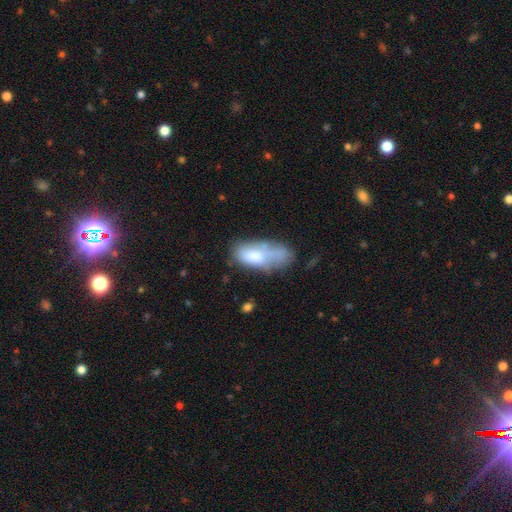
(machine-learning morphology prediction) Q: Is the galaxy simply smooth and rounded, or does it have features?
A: smooth — 68%.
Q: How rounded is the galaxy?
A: in between — 87%.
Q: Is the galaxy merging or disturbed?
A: minor disturbance — 28%.